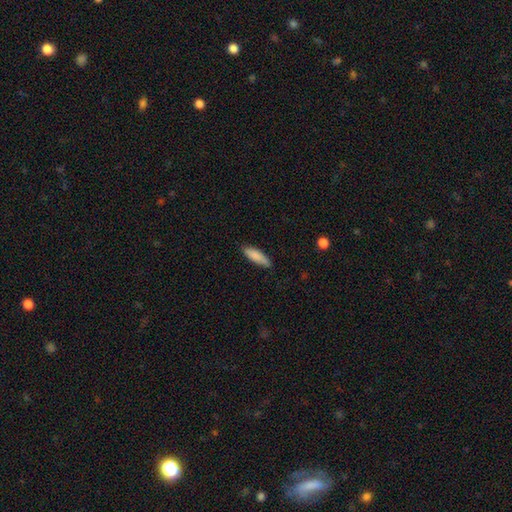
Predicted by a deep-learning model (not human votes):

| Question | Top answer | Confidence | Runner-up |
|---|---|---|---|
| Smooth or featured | smooth | 86% | featured or disk (9%) |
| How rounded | cigar-shaped | 54% | in between (44%) |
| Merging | none | 81% | minor disturbance (16%) |